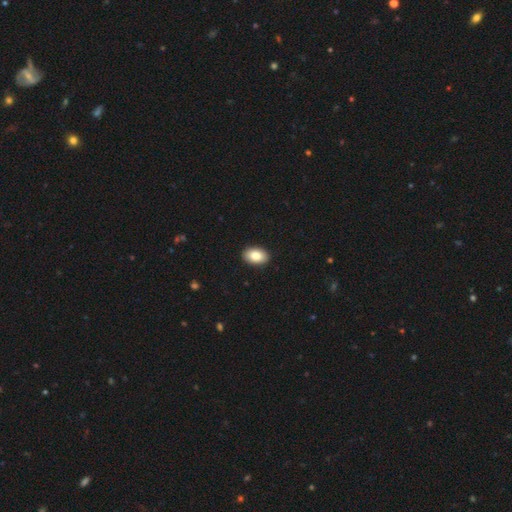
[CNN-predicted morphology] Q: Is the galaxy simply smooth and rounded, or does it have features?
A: smooth — 85%.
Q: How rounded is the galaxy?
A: in between — 91%.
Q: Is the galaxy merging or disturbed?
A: none — 91%.